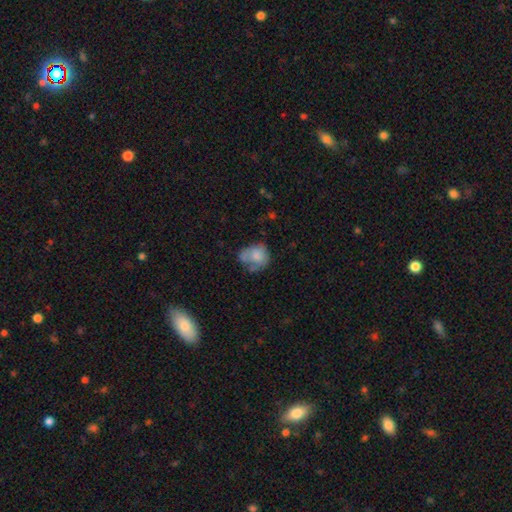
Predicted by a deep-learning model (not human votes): A smooth galaxy with no disk features (69%) that is round (58%). Merging: none (36%).